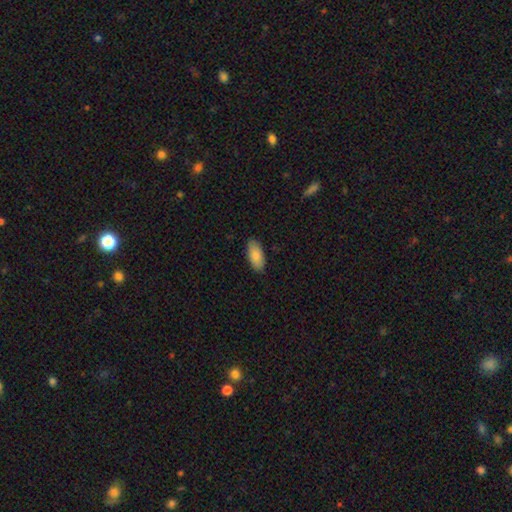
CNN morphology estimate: A smooth galaxy with no disk features (84%) that is in between round and cigar-shaped (91%).

Vote fractions:
- Smooth or featured? smooth: 84% / featured or disk: 9% / star or artifact: 6%
- How rounded? in between: 91% / cigar-shaped: 7% / round: 2%
- Merging? none: 88% / minor disturbance: 9% / major disturbance: 2% / merger: 1%